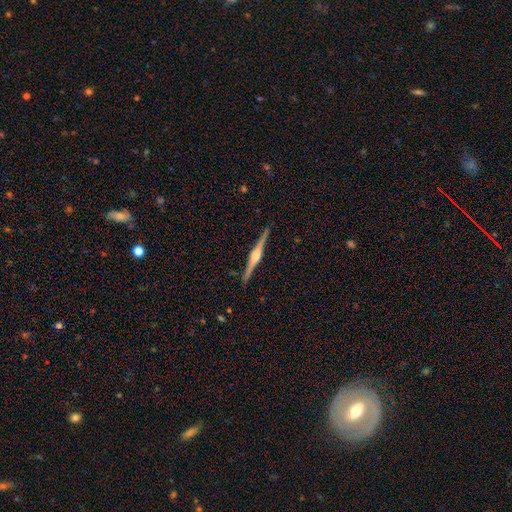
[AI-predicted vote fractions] A featured or disk galaxy (86%) viewed edge-on (99%) with a rounded central bulge (86%). Merging: none (91%).